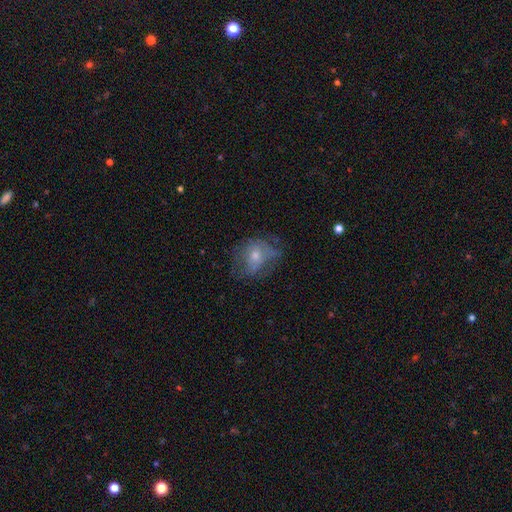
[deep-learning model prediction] A smooth galaxy with no disk features (44%). Merging: none (50%).